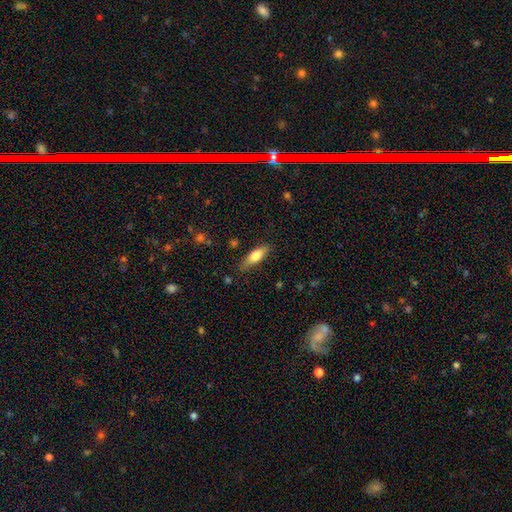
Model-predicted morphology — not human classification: smooth 70%, featured or disk 24%, star or artifact 6%. Down the decision tree: how rounded — in between (54%); merging — none (80%).